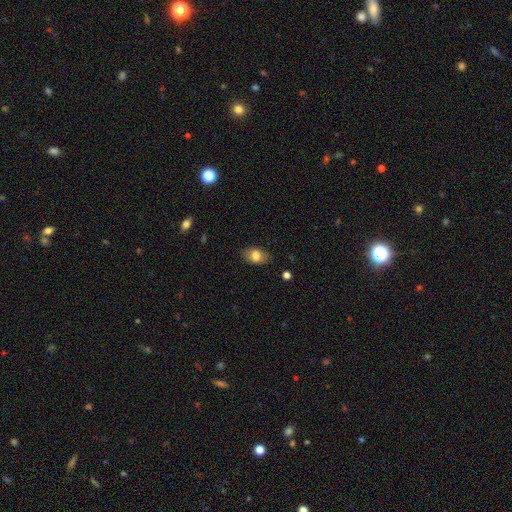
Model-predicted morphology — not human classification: type=smooth (80%); roundness=in between (85%); merging=none (85%).